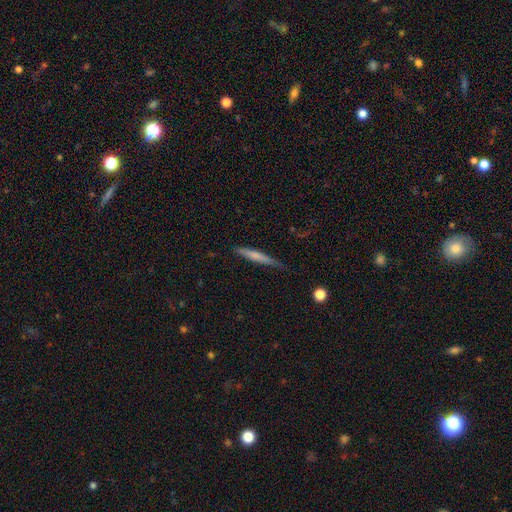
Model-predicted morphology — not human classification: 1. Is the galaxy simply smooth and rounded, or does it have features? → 59% smooth, 35% featured or disk, 6% star or artifact.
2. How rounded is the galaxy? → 94% cigar-shaped, 4% in between, 2% round.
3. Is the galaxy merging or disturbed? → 76% none, 19% minor disturbance, 3% major disturbance, 2% merger.